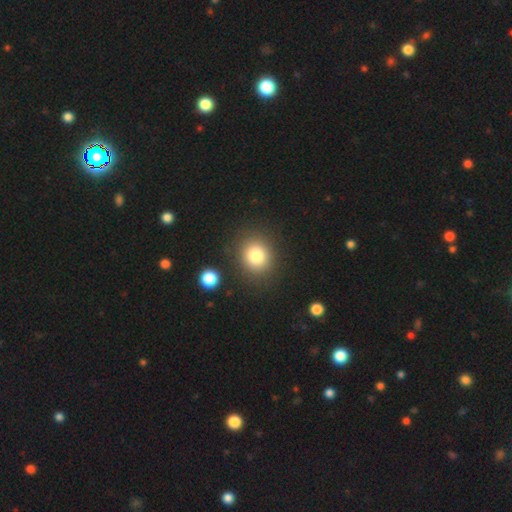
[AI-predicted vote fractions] Smooth or featured? Predicted: smooth (p=0.81). How rounded? Predicted: round (p=0.77). Merging? Predicted: none (p=0.85).